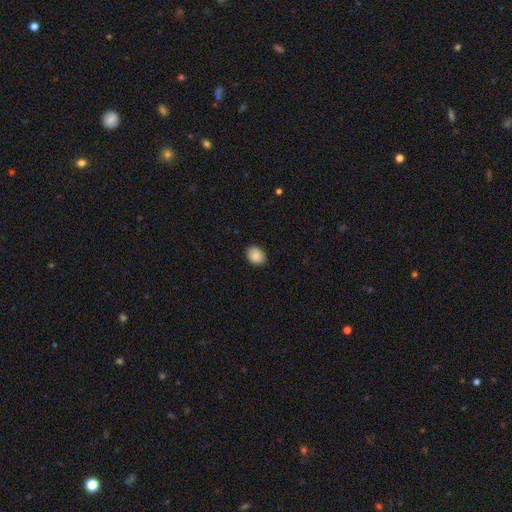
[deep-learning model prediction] smooth 89%, star or artifact 8%, featured or disk 3%. Down the decision tree: how rounded — in between (56%); merging — none (88%).